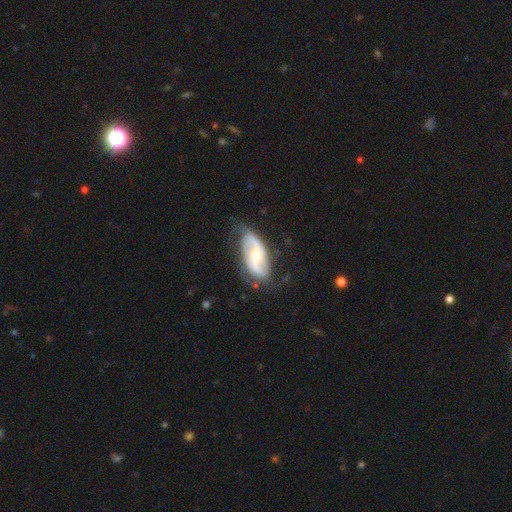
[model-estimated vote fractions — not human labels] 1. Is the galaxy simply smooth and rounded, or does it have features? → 77% featured or disk, 18% smooth, 5% star or artifact.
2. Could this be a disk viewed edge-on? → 94% no, 6% yes.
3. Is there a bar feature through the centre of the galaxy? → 39% weak, 35% no, 26% strong.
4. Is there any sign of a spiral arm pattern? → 90% yes, 10% no.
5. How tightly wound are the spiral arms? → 51% loose, 34% medium, 15% tight.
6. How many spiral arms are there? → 85% 2, 8% can't tell, 3% 1, 2% 3, 1% 4, 1% more than 4.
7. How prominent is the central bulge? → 50% small, 45% moderate, 3% large, 2% none, 1% dominant.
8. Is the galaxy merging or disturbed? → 64% none, 24% minor disturbance, 10% major disturbance, 2% merger.